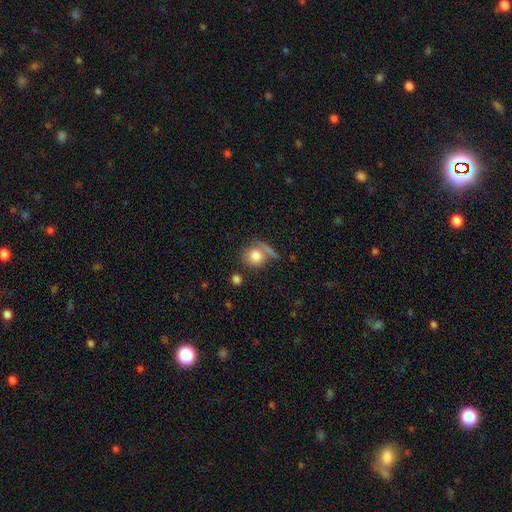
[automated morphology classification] A smooth galaxy with no disk features (79%) that is round (84%). Merging: none (58%).